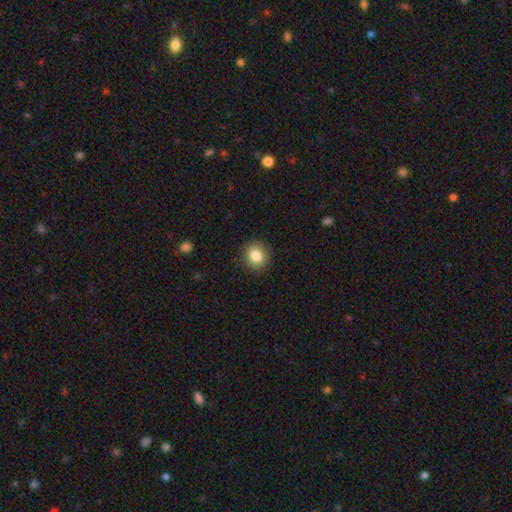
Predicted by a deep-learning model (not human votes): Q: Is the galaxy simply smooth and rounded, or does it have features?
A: smooth — 85%.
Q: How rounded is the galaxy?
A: round — 77%.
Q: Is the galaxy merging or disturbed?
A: none — 90%.